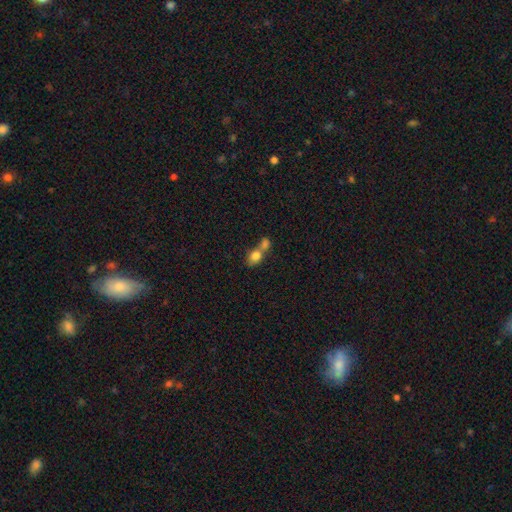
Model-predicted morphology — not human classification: Smooth or featured? smooth (78%)
How rounded? in between (63%)
Merging? merger (68%)